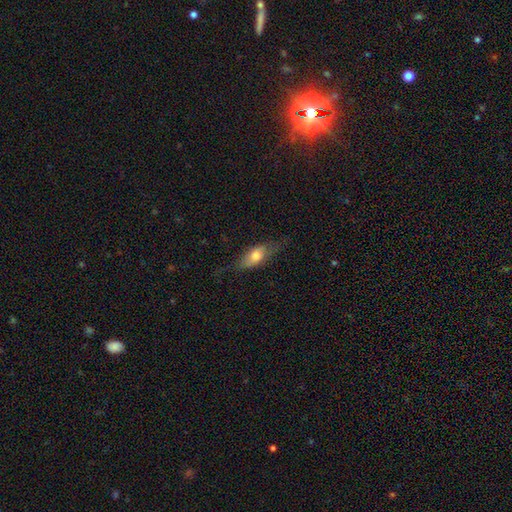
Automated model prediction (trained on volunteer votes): A smooth galaxy with no disk features (61%) that is in between round and cigar-shaped (73%). Merging: none (62%).